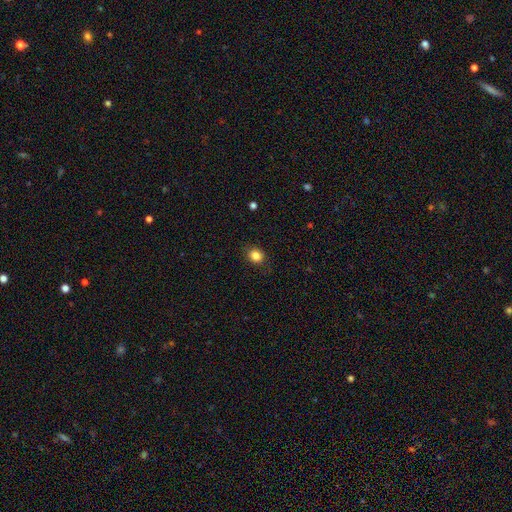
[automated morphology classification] smooth_or_featured: smooth (p=0.84) [alt: star or artifact p=0.11]
how_rounded: round (p=0.73) [alt: in between p=0.26]
merging: none (p=0.86) [alt: minor disturbance p=0.11]